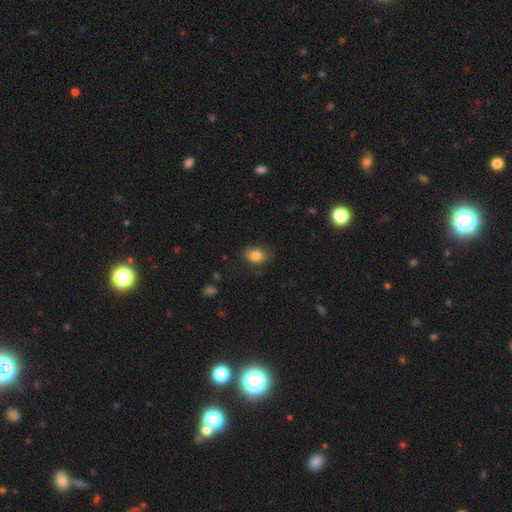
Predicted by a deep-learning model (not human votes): Smooth or featured?
  - smooth: 83% *
  - star or artifact: 9%
  - featured or disk: 8%
How rounded?
  - in between: 68% *
  - round: 31%
  - cigar-shaped: 1%
Merging?
  - none: 75% *
  - minor disturbance: 19%
  - major disturbance: 4%
  - merger: 2%